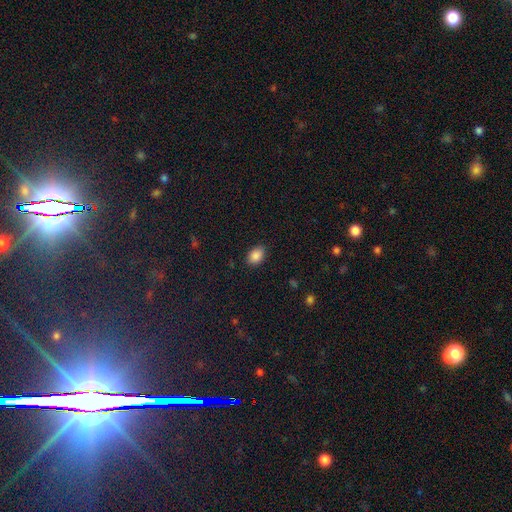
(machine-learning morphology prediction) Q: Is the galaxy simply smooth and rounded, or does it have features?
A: smooth — 88%.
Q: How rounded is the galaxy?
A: in between — 79%.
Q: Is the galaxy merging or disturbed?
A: none — 87%.